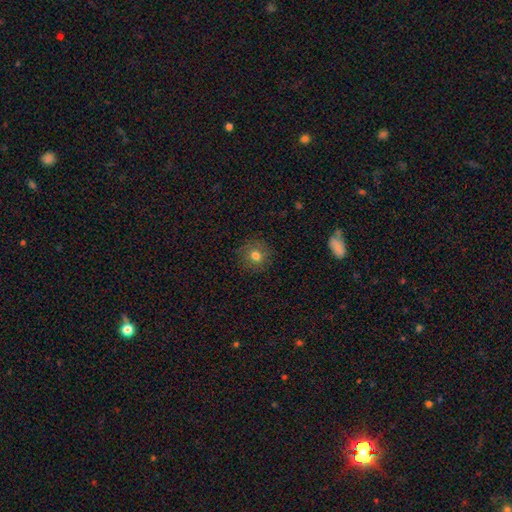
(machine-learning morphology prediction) smooth-or-featured: smooth: 76% | star or artifact: 13% | featured or disk: 10%
  how-rounded: round: 90% | in between: 9% | cigar-shaped: 1%
  merging: none: 88% | minor disturbance: 8% | major disturbance: 3% | merger: 1%